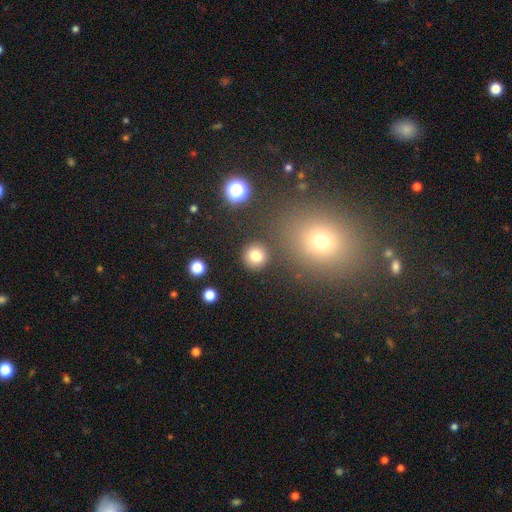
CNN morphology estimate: Q: Smooth or featured?
A: smooth (80%); runner-up: star or artifact (13%)
Q: How rounded?
A: round (92%); runner-up: in between (7%)
Q: Merging?
A: none (87%); runner-up: minor disturbance (6%)